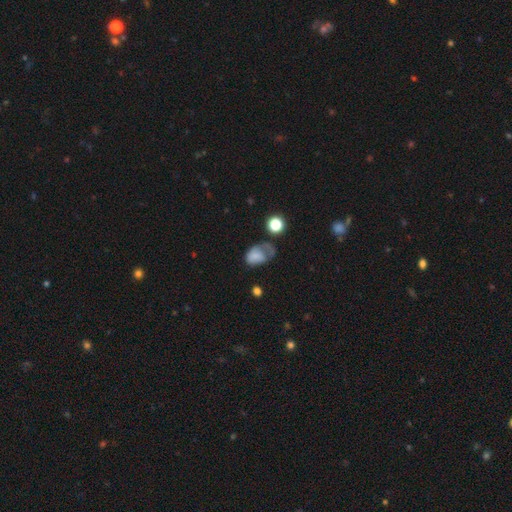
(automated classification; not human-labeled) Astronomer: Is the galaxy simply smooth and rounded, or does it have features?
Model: smooth — 68%.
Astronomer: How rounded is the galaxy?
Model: in between — 78%.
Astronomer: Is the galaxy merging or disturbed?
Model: major disturbance — 41% (runner-up: minor disturbance, 28%).